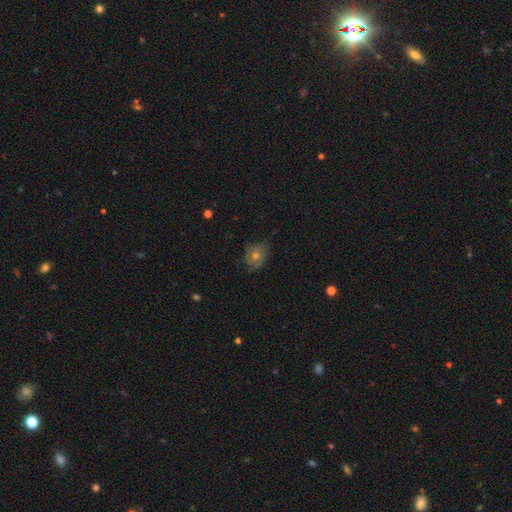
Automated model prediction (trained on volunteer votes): Smooth or featured? featured or disk (45%)
Merging? none (74%)